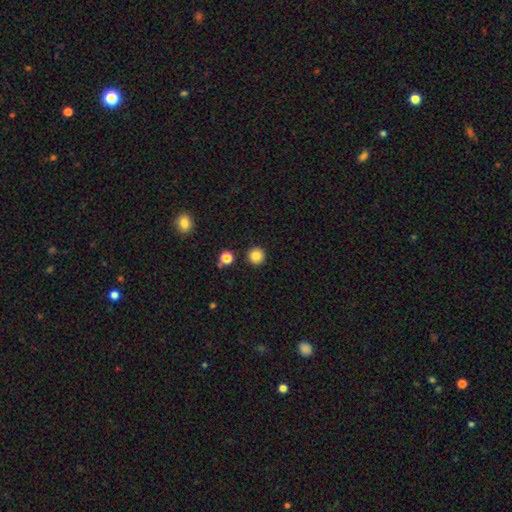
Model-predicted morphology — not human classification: A smooth galaxy with no disk features (83%) that is round (95%). Merging: none (91%).